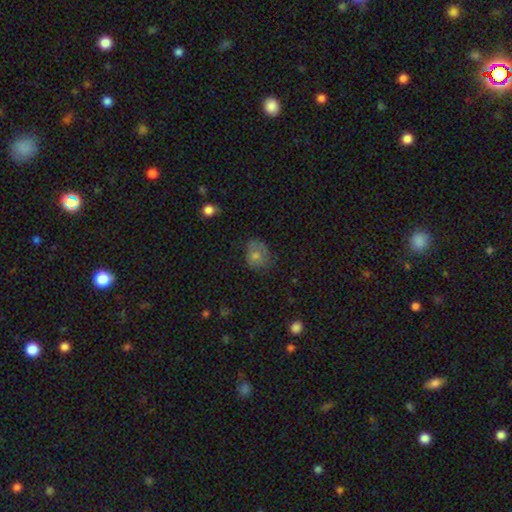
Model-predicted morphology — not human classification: Smooth or featured? Predicted: smooth (p=0.67). How rounded? Predicted: round (p=0.57). Merging? Predicted: none (p=0.54).